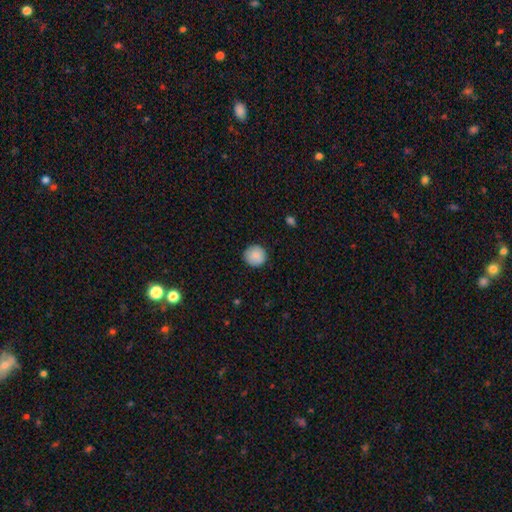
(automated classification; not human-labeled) Smooth or featured? Predicted: smooth (p=0.88). How rounded? Predicted: round (p=0.94). Merging? Predicted: none (p=0.89).